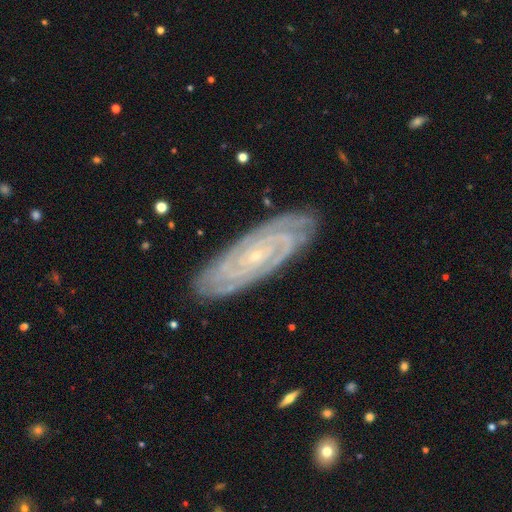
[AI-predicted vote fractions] This appears to be a featured or disk galaxy (88%) with no bar (67%), 2 (26%) tight (84%) spiral arms (98%) and a small central bulge (86%). Merging: none (86%).